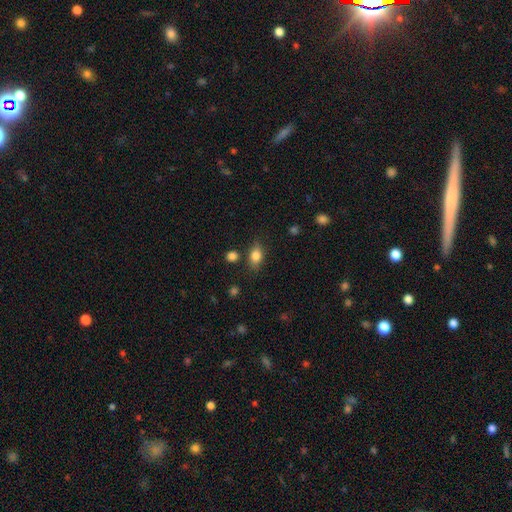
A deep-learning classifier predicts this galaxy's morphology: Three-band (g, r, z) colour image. It shows a smooth galaxy with no disk features (81%) that is in between round and cigar-shaped (78%). Merging: none (77%).